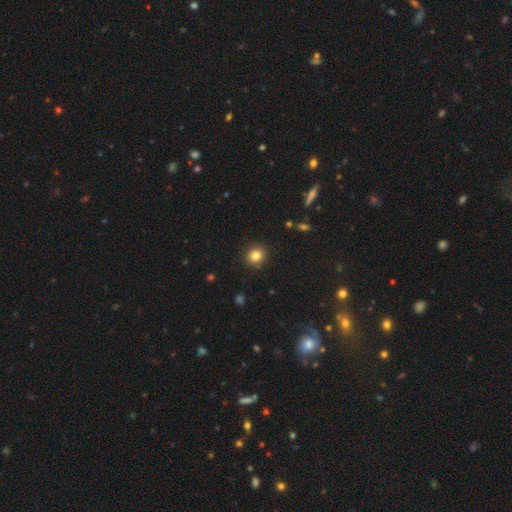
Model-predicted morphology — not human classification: Smooth or featured? Predicted: smooth (p=0.83). How rounded? Predicted: round (p=0.85). Merging? Predicted: none (p=0.91).